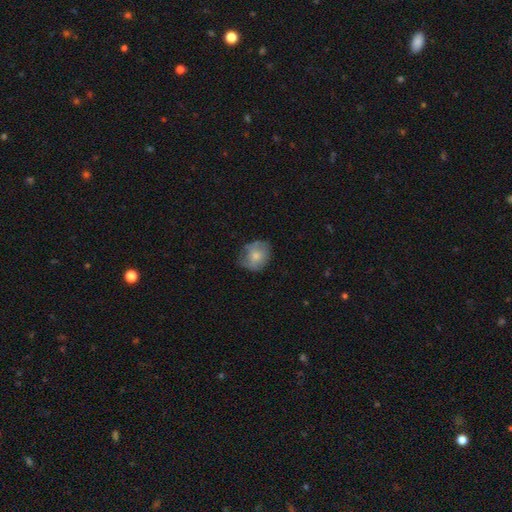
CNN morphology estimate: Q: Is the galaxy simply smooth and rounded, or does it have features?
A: smooth — 68%.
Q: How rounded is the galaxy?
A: round — 55%.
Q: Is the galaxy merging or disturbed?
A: none — 57%.